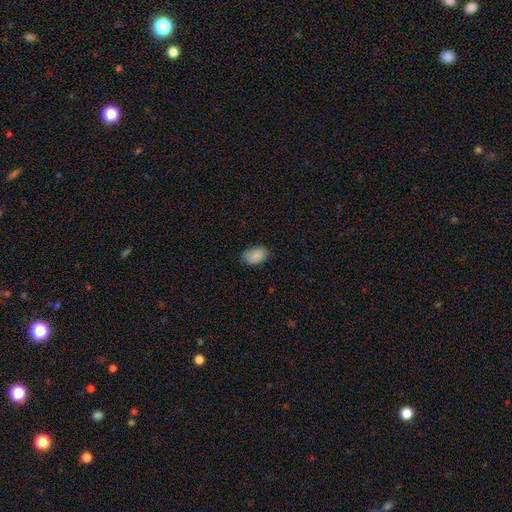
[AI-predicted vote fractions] Overall: smooth (88%). How rounded: in between (89%). Merging: none (77%).